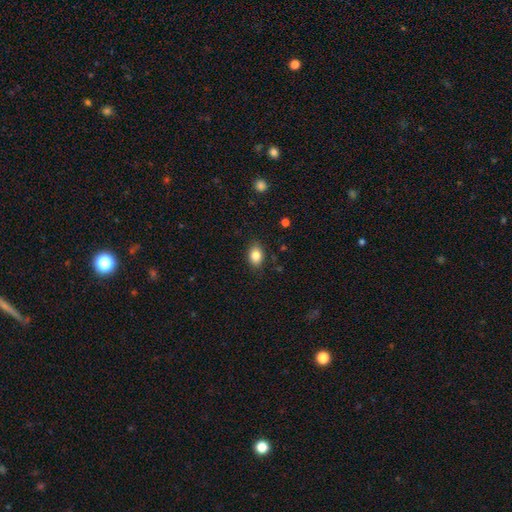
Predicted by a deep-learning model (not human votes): Smooth or featured? smooth (84%)
How rounded? in between (74%)
Merging? none (84%)